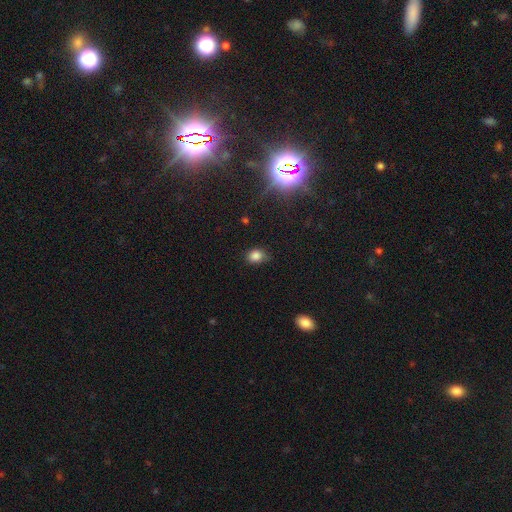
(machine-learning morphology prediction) This is clearly a smooth galaxy (82%). How rounded: possibly round (52%). Merging: likely none (69%).